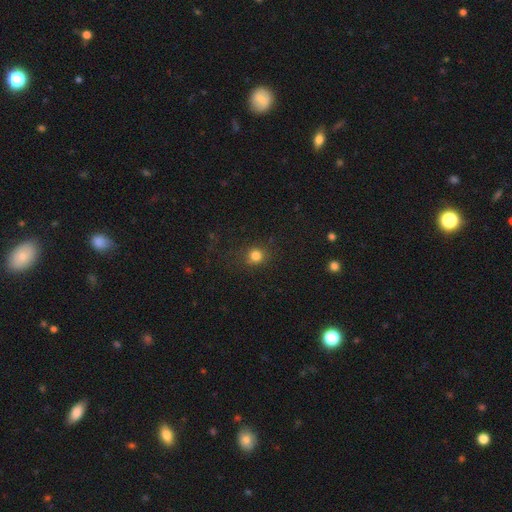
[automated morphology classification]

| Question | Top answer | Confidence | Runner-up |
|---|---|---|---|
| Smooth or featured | smooth | 81% | star or artifact (14%) |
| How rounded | round | 83% | in between (16%) |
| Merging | none | 82% | minor disturbance (11%) |